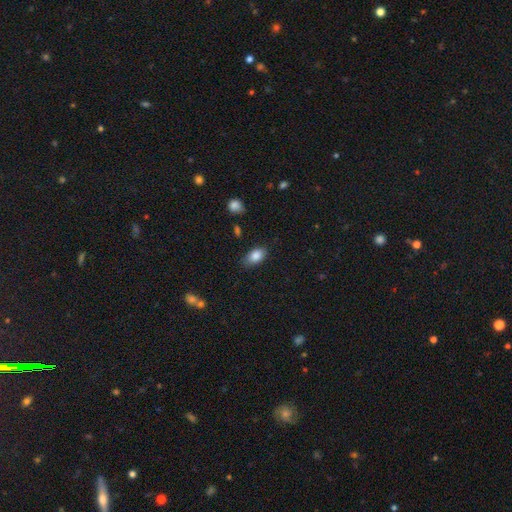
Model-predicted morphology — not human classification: A smooth galaxy with no disk features (86%) that is in between round and cigar-shaped (90%). Merging: none (79%).